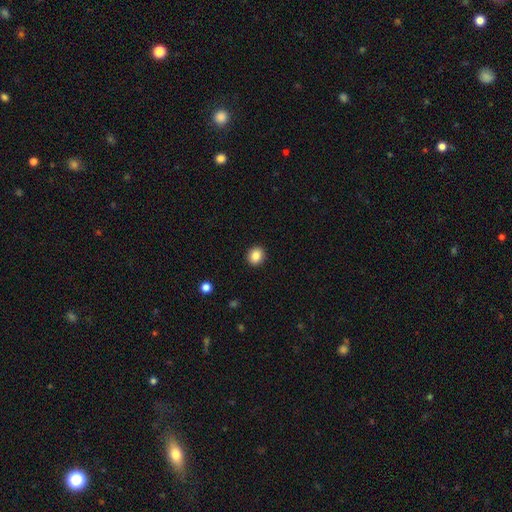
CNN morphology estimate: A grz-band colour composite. It shows a smooth galaxy with no disk features (85%) that is round (80%). Merging: none (92%).